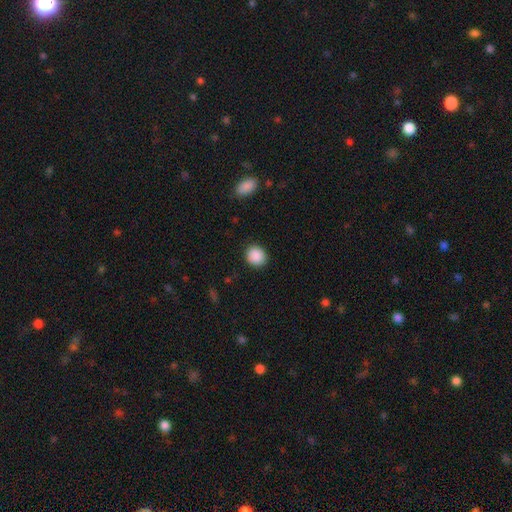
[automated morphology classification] type=smooth (89%); roundness=round (81%); merging=none (89%).